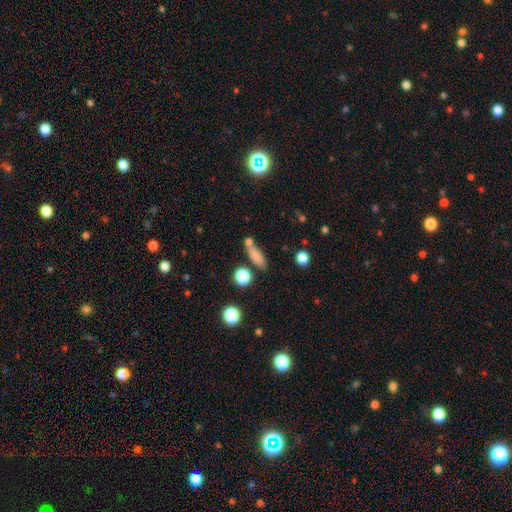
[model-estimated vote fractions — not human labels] Smooth or featured: smooth — 78% (featured or disk — 11%)
How rounded: in between — 49% (cigar-shaped — 44%)
Merging: none — 63% (merger — 18%)